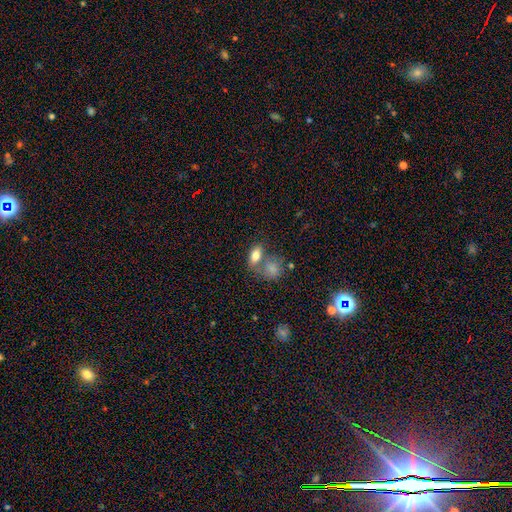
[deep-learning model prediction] A smooth galaxy with no disk features (79%) that is in between round and cigar-shaped (83%). Merging: none (47%).